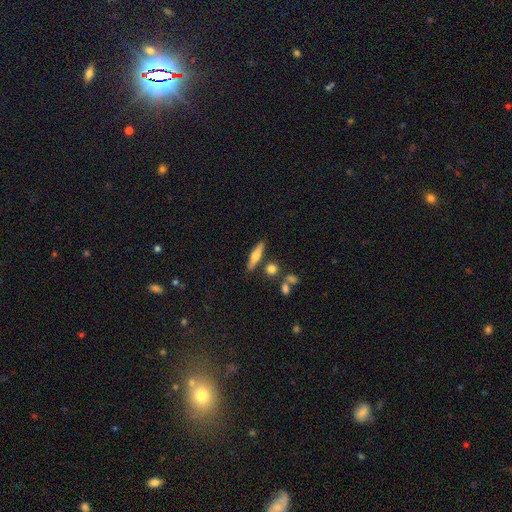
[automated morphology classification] smooth-or-featured: smooth: 54% | featured or disk: 39% | star or artifact: 7%
  how-rounded: cigar-shaped: 73% | in between: 23% | round: 4%
  merging: none: 80% | minor disturbance: 10% | merger: 7% | major disturbance: 3%